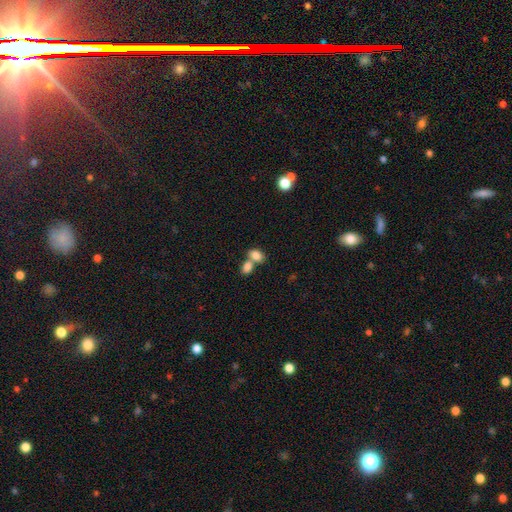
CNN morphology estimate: Smooth or featured? Predicted: smooth (p=0.83). How rounded? Predicted: in between (p=0.83). Merging? Predicted: merger (p=0.60).